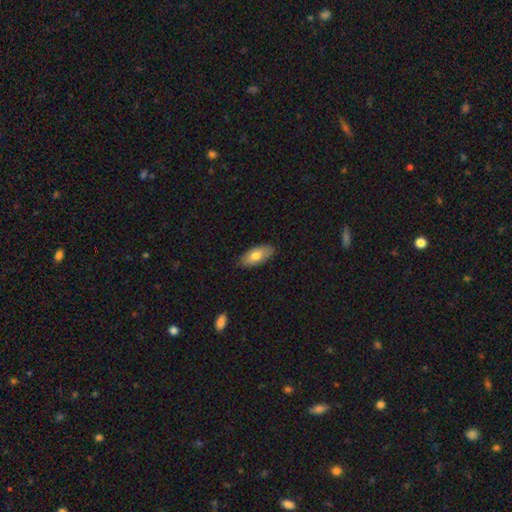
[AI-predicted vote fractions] A smooth galaxy with no disk features (75%) that is in between round and cigar-shaped (89%).

Vote fractions:
- Smooth or featured? smooth: 75% / featured or disk: 19% / star or artifact: 6%
- How rounded? in between: 89% / cigar-shaped: 8% / round: 2%
- Merging? none: 86% / minor disturbance: 11% / major disturbance: 2% / merger: 1%